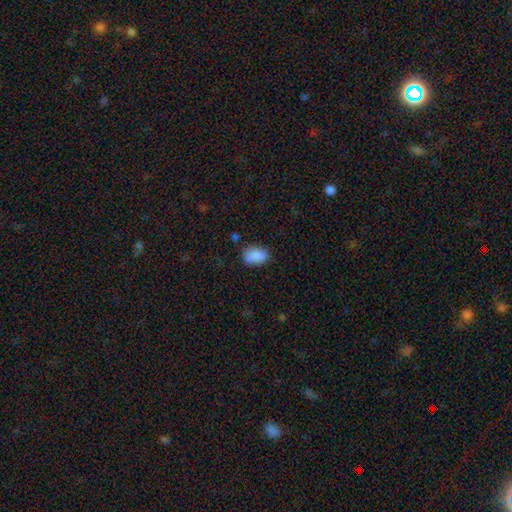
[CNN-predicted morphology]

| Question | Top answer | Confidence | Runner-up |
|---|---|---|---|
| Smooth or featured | smooth | 87% | star or artifact (8%) |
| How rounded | in between | 86% | round (12%) |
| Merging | none | 71% | minor disturbance (21%) |